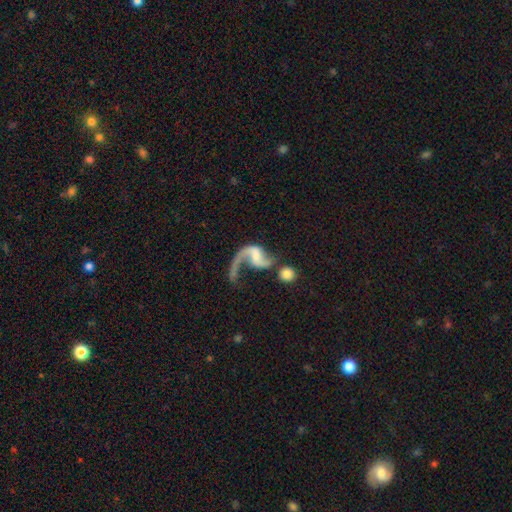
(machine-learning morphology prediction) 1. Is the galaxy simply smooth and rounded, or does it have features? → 84% featured or disk, 10% smooth, 6% star or artifact.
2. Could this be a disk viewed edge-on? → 97% no, 3% yes.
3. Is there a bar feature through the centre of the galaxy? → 43% no, 39% weak, 18% strong.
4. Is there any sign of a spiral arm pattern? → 93% yes, 7% no.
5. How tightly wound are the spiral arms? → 86% loose, 12% medium, 3% tight.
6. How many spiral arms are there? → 67% 2, 28% 1, 2% can't tell, 1% 3, 1% 4, 1% more than 4.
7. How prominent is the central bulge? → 49% none, 23% small, 18% moderate, 8% large, 3% dominant.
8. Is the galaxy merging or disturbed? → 34% none, 33% major disturbance, 20% merger, 13% minor disturbance.